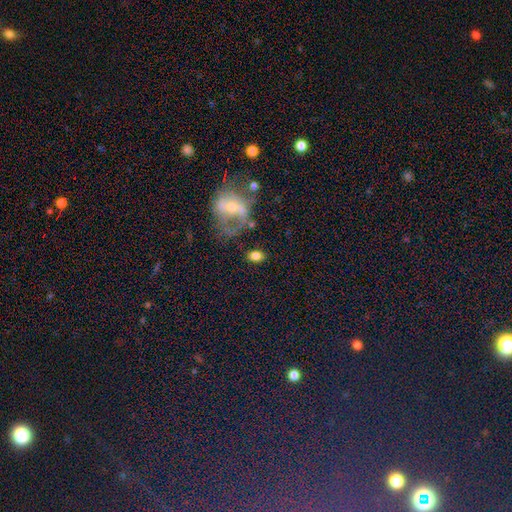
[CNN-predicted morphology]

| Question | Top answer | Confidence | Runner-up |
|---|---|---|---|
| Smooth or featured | smooth | 75% | featured or disk (15%) |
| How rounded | in between | 80% | round (18%) |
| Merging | none | 74% | minor disturbance (13%) |